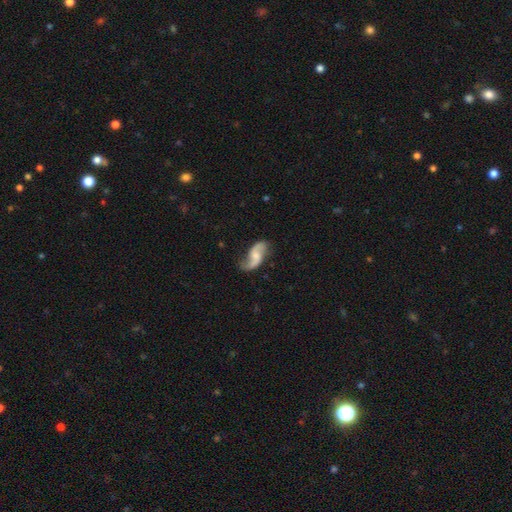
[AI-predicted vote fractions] A featured or disk galaxy (83%) with no bar (54%), 2 (92%) loose (76%) spiral arms (96%) and a small central bulge (39%).

Vote fractions:
- Smooth or featured? featured or disk: 83% / smooth: 12% / star or artifact: 5%
- Edge-on disk? no: 97% / yes: 3%
- Bar? no: 54% / weak: 37% / strong: 9%
- Spiral arms? yes: 96% / no: 4%
- Spiral winding? loose: 76% / medium: 20% / tight: 5%
- Spiral arm count? 2: 92% / 1: 3% / can't tell: 2% / 3: 1% / 4: 1% / more than 4: 1%
- Bulge size? small: 39% / moderate: 33% / none: 21% / large: 6% / dominant: 2%
- Merging? none: 74% / minor disturbance: 17% / major disturbance: 7% / merger: 2%